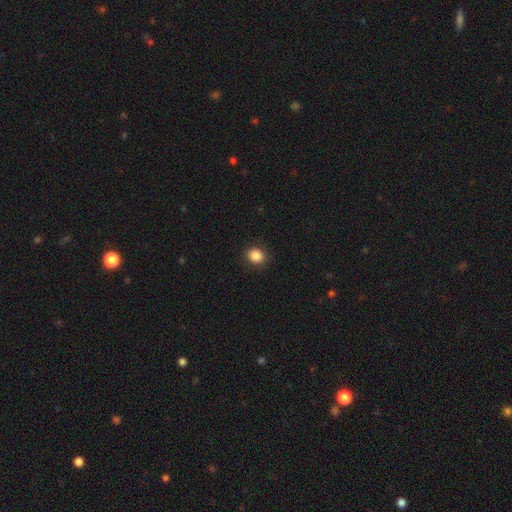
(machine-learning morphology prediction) smooth_or_featured: smooth (p=0.87) [alt: star or artifact p=0.10]
how_rounded: round (p=0.72) [alt: in between p=0.27]
merging: none (p=0.90) [alt: minor disturbance p=0.07]